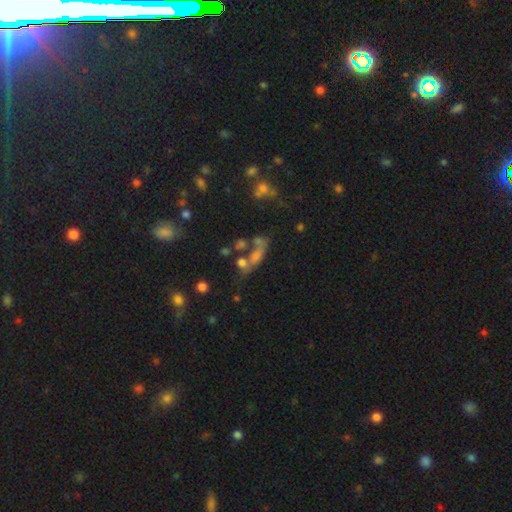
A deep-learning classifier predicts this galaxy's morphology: A smooth galaxy with no disk features (45%).

Vote fractions:
- Smooth or featured? smooth: 45% / featured or disk: 28% / star or artifact: 27%
- Merging? none: 39% / merger: 31% / major disturbance: 15% / minor disturbance: 14%